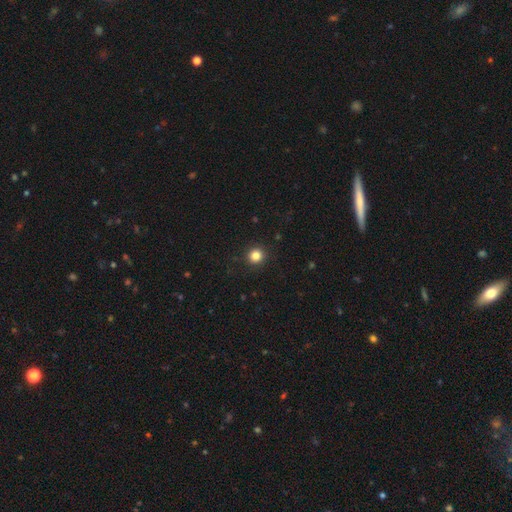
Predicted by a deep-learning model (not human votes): This appears to be a smooth galaxy with no disk features (84%) that is round (94%). Merging: none (92%).